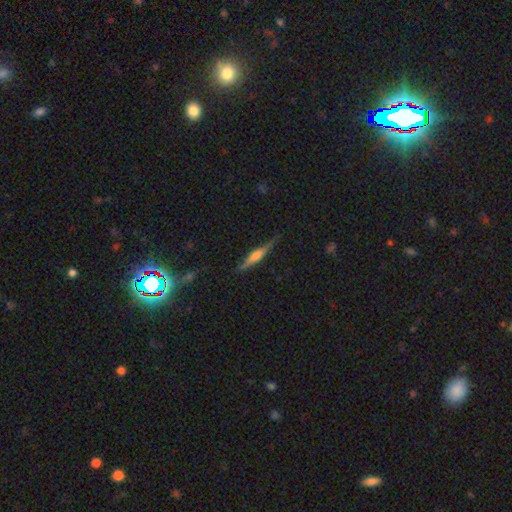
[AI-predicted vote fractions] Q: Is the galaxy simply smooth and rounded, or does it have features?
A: featured or disk — 62%.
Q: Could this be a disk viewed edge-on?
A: yes — 96%.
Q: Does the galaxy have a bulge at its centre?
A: rounded — 71%.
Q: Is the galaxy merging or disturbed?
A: none — 80%.